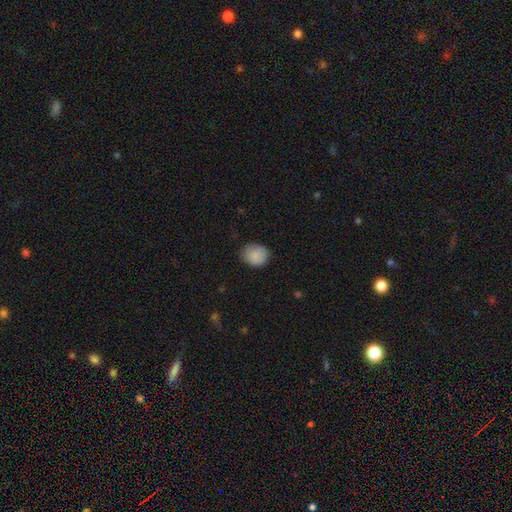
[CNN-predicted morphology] Smooth or featured: smooth — 87% (star or artifact — 7%)
How rounded: round — 60% (in between — 39%)
Merging: none — 70% (minor disturbance — 24%)